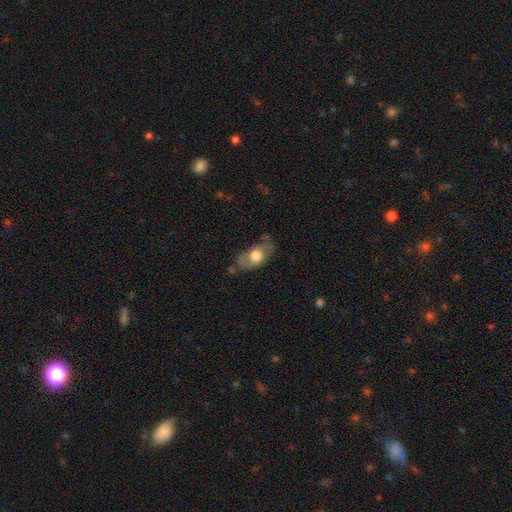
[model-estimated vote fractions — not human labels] smooth 57%, featured or disk 36%, star or artifact 6%. Down the decision tree: how rounded — in between (85%); merging — none (56%).